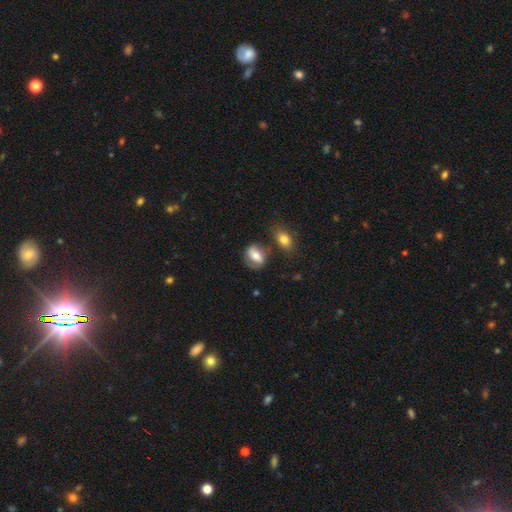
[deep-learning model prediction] A smooth galaxy with no disk features (53%) that is in between round and cigar-shaped (65%).

Vote fractions:
- Smooth or featured? smooth: 53% / featured or disk: 40% / star or artifact: 8%
- How rounded? in between: 65% / round: 32% / cigar-shaped: 3%
- Merging? none: 64% / minor disturbance: 19% / merger: 10% / major disturbance: 8%